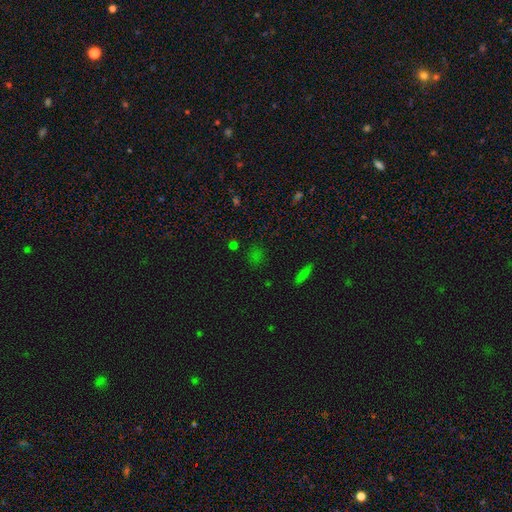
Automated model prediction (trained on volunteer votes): A smooth galaxy with no disk features (49%). Merging: none (82%).